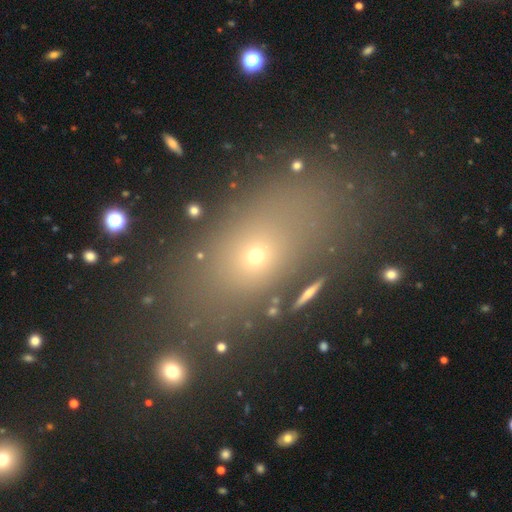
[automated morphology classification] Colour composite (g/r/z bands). It shows a smooth galaxy with no disk features (59%) that is in between round and cigar-shaped (73%). Merging: none (72%).